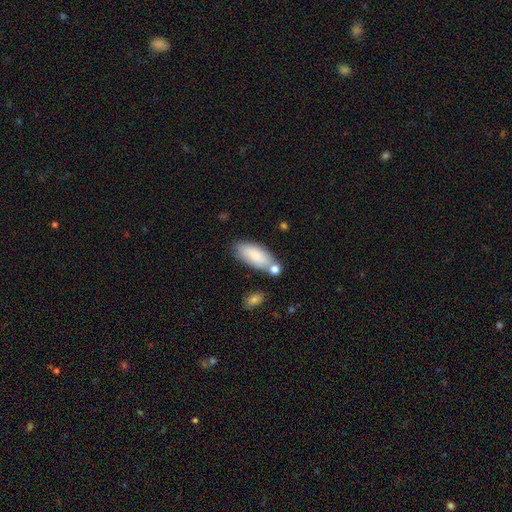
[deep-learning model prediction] This is clearly a smooth galaxy (84%). How rounded: clearly in between (84%). Merging: likely none (62%).